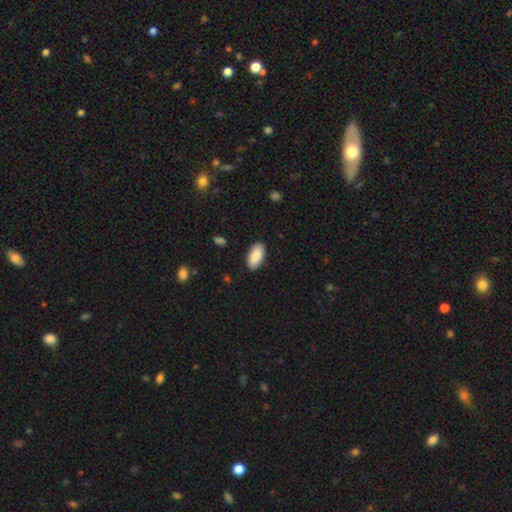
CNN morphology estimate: This is clearly a smooth galaxy (86%). How rounded: clearly in between (93%). Merging: clearly none (88%).